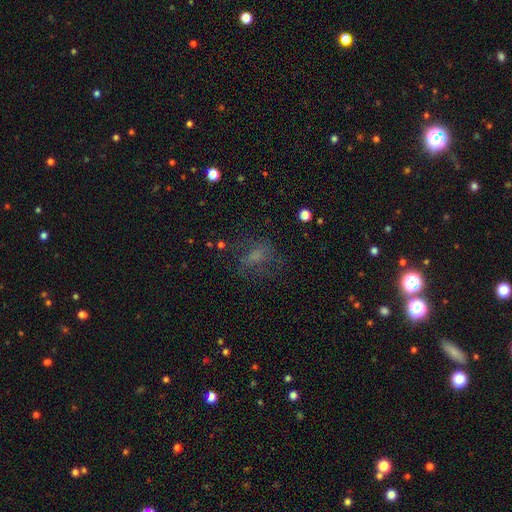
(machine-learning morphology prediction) Smooth or featured? smooth (50%)
How rounded? in between (62%)
Merging? none (54%)